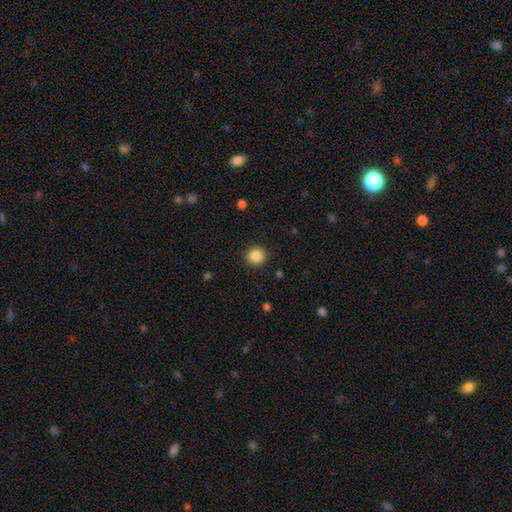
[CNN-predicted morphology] Smooth or featured: smooth — 86% (star or artifact — 10%)
How rounded: round — 93% (in between — 6%)
Merging: none — 91% (minor disturbance — 6%)